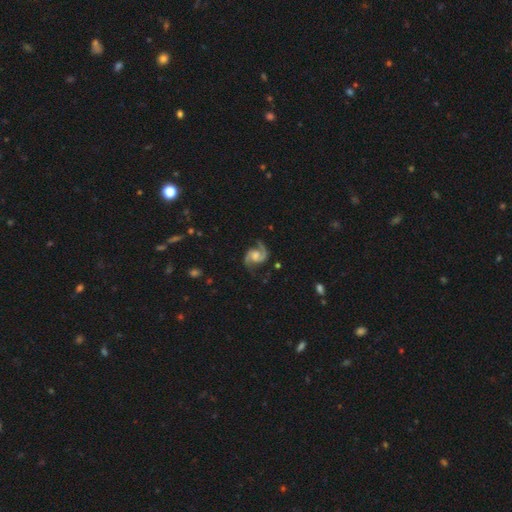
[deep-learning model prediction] smooth-or-featured: featured or disk: 92% | star or artifact: 4% | smooth: 4%
  disk-edge-on: no: 98% | yes: 2%
    bar: no: 52% | weak: 38% | strong: 10%
    has-spiral-arms: yes: 98% | no: 2%
      spiral-winding: medium: 60% | loose: 24% | tight: 16%
      spiral-arm-count: 2: 94% | can't tell: 1% | 3: 1% | 1: 1% | 4: 1% | more than 4: 1%
    bulge-size: moderate: 43% | small: 21% | none: 20% | large: 14% | dominant: 2%
  merging: none: 81% | minor disturbance: 13% | major disturbance: 4% | merger: 1%